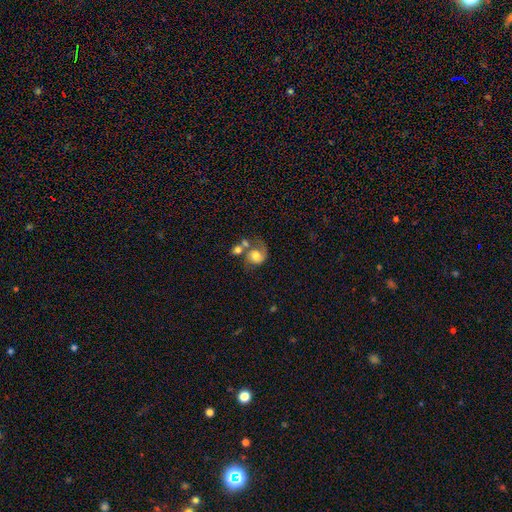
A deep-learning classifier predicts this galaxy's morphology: smooth-or-featured: featured or disk: 50% | smooth: 42% | star or artifact: 8%
  merging: merger: 39% | none: 28% | major disturbance: 19% | minor disturbance: 15%